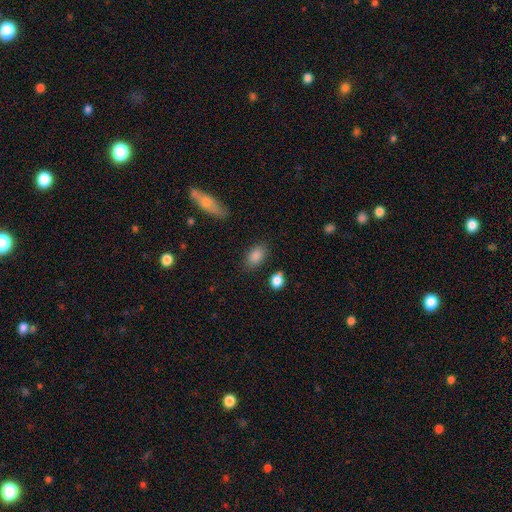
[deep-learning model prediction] Smooth or featured? smooth (86%)
How rounded? in between (88%)
Merging? none (80%)